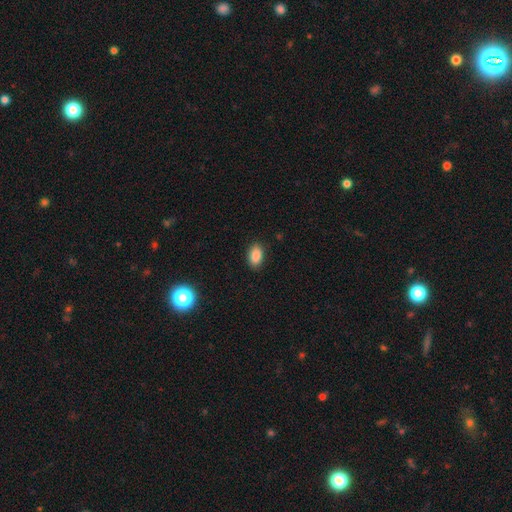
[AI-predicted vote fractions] This appears to be a smooth galaxy with no disk features (88%) that is in between round and cigar-shaped (90%). Merging: none (88%).